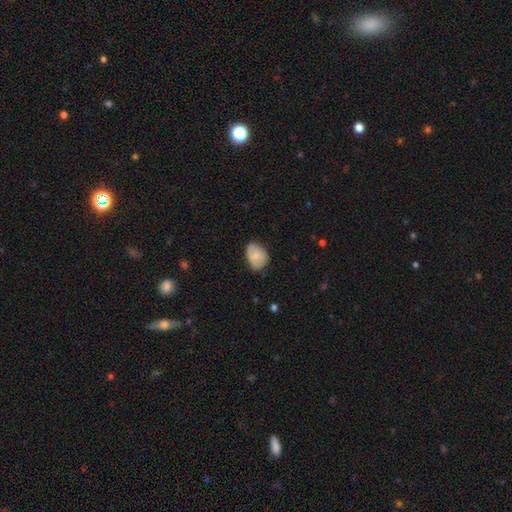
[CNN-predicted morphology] This is likely a smooth galaxy (74%). How rounded: likely in between (72%). Merging: likely none (60%).